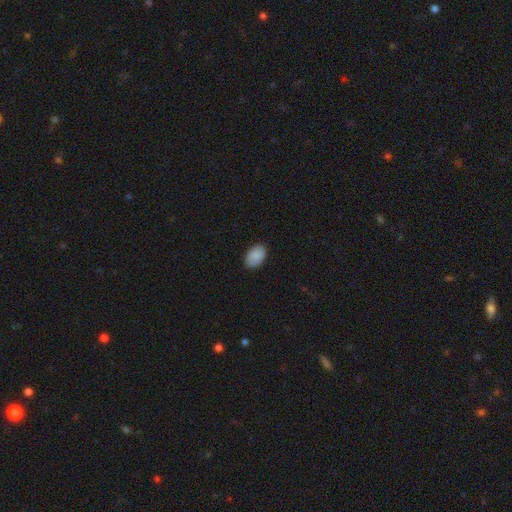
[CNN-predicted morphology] Smooth or featured: smooth — 88% (star or artifact — 7%)
How rounded: in between — 88% (round — 11%)
Merging: none — 87% (minor disturbance — 10%)